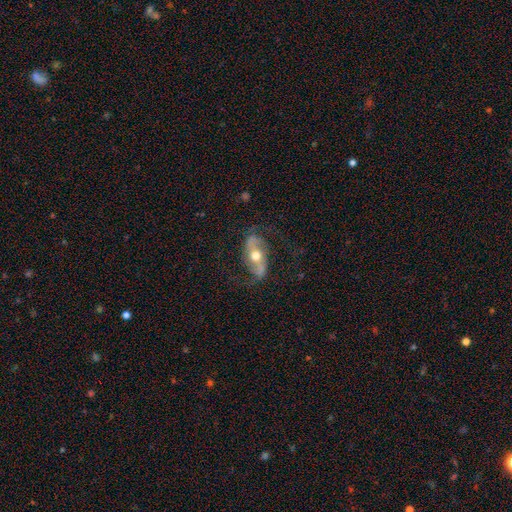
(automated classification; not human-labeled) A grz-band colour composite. It shows a featured or disk galaxy (80%) with no bar (39%), 2 (92%) loose (55%) spiral arms (89%) and a moderate central bulge (76%). Merging: none (74%).